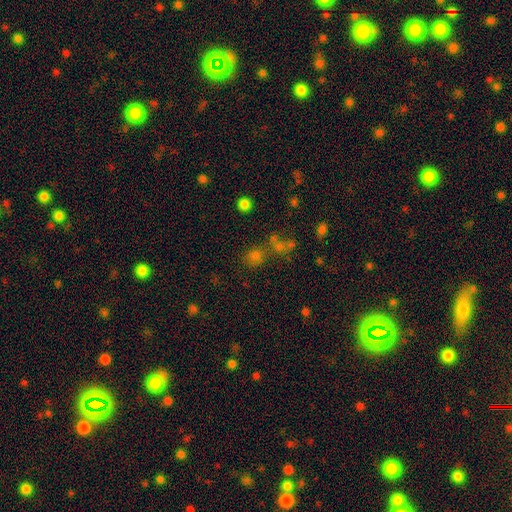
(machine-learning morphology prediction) Smooth or featured? Predicted: star or artifact (p=0.54).